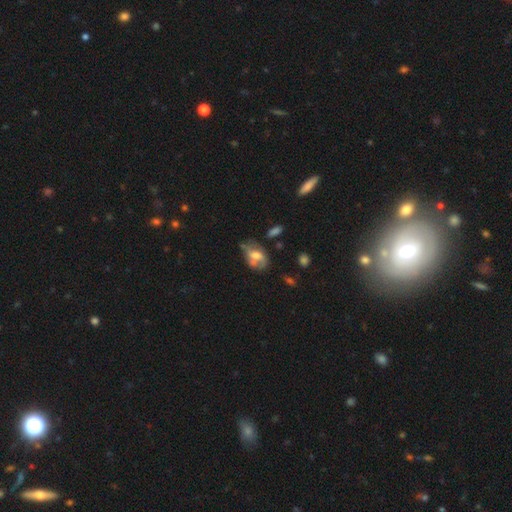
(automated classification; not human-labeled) A smooth galaxy with no disk features (47%).

Vote fractions:
- Smooth or featured? smooth: 47% / featured or disk: 45% / star or artifact: 9%
- Merging? none: 38% / minor disturbance: 31% / major disturbance: 19% / merger: 12%